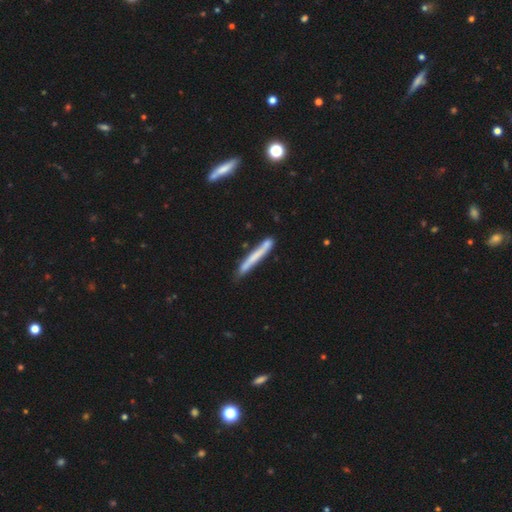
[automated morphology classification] This appears to be a smooth galaxy with no disk features (58%) that is cigar-shaped (96%). Merging: none (76%).